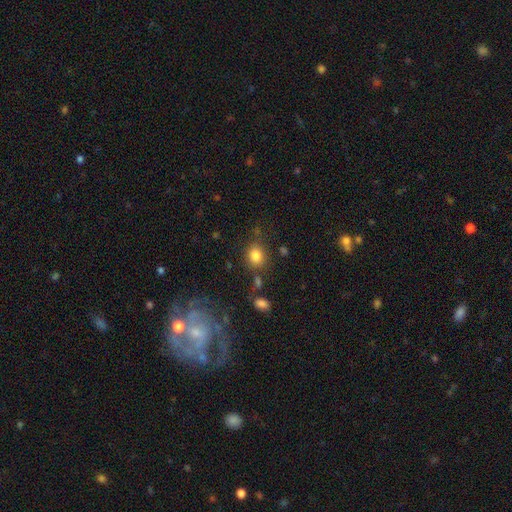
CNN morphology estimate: Overall: smooth (82%). How rounded: round (62%; in between 37%). Merging: none (72%).